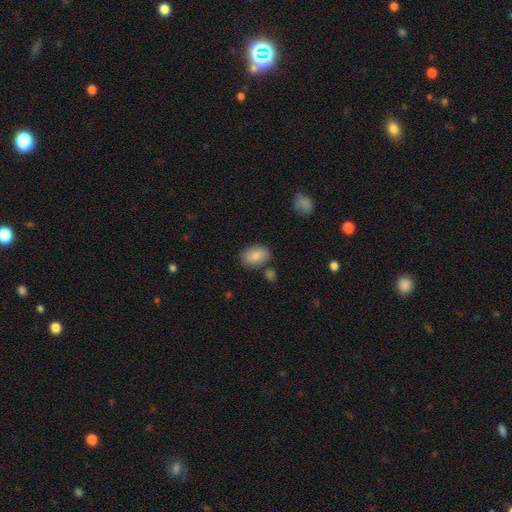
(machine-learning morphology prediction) smooth_or_featured: smooth (p=0.83) [alt: featured or disk p=0.09]
how_rounded: in between (p=0.80) [alt: round p=0.19]
merging: none (p=0.77) [alt: minor disturbance p=0.13]